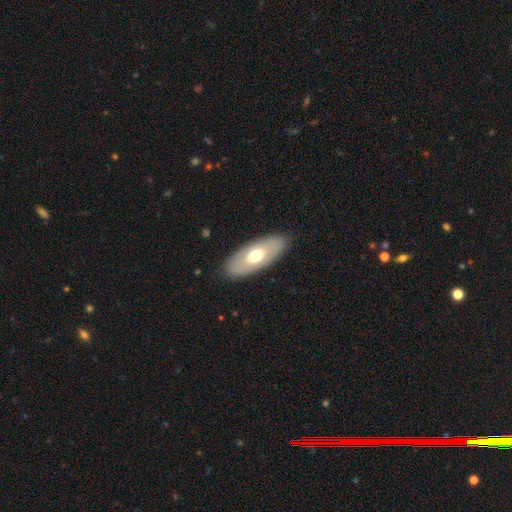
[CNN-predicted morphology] type=smooth (57%); roundness=in between (86%); merging=none (86%).